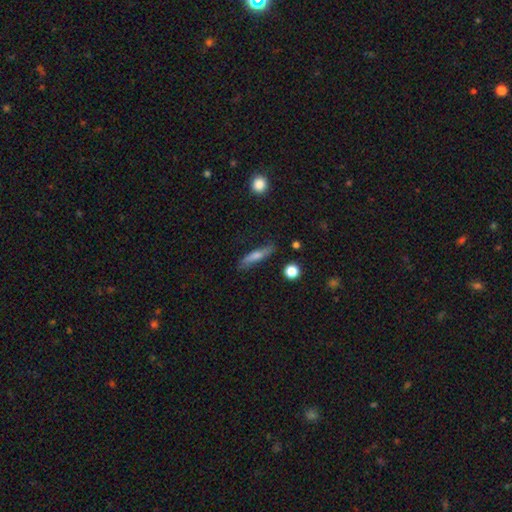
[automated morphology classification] A smooth galaxy with no disk features (55%) that is cigar-shaped (82%). Merging: none (79%).